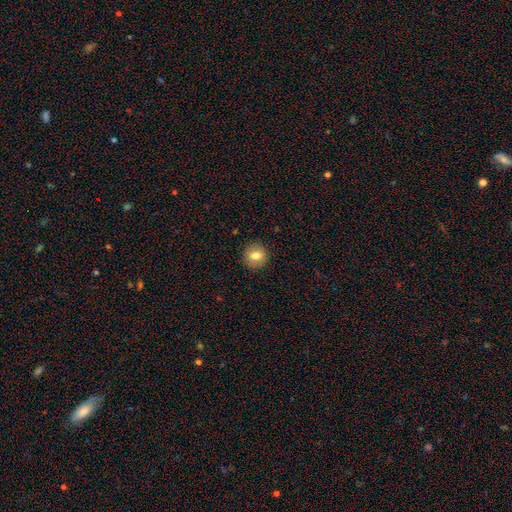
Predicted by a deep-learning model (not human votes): This is likely a smooth galaxy (78%). How rounded: clearly round (87%). Merging: clearly none (90%).